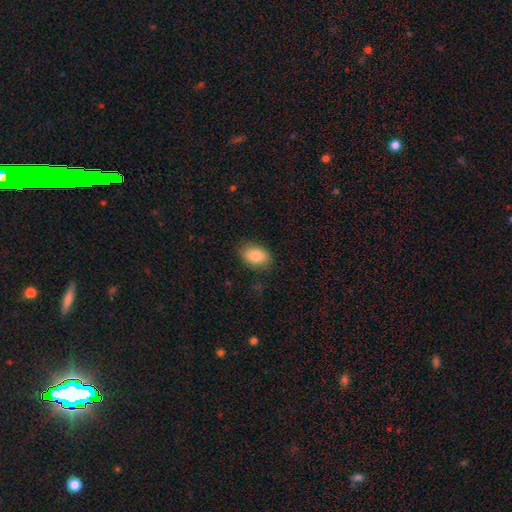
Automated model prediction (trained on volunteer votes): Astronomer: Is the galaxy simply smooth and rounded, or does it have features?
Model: smooth — 84%.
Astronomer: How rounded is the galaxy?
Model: in between — 84%.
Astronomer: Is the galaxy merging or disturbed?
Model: none — 83%.